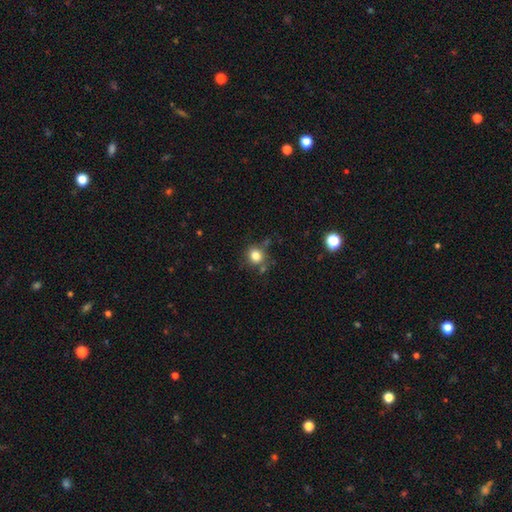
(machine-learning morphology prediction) A smooth galaxy with no disk features (81%) that is round (85%). Merging: none (73%).